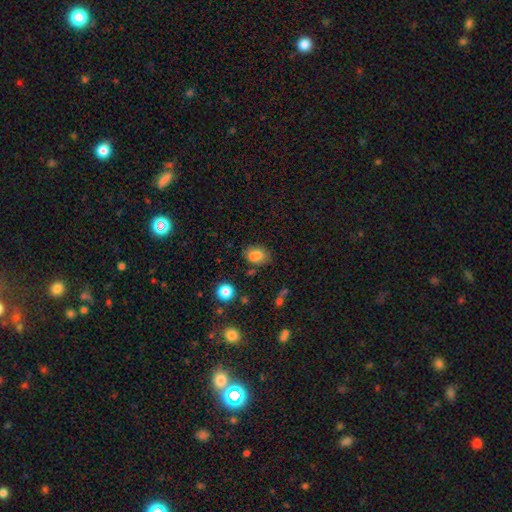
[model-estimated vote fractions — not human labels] Smooth or featured? smooth (80%)
How rounded? in between (77%)
Merging? none (71%)